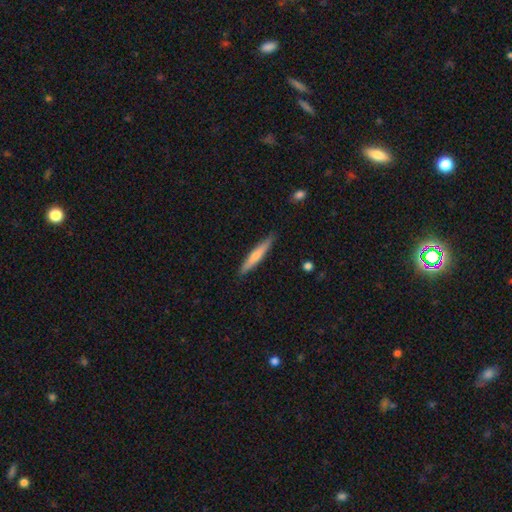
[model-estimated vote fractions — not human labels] The model was most divided on "smooth or featured": smooth: 63%, featured or disk: 32%, star or artifact: 5%. More confident: how rounded — cigar-shaped (93%); merging — none (89%).